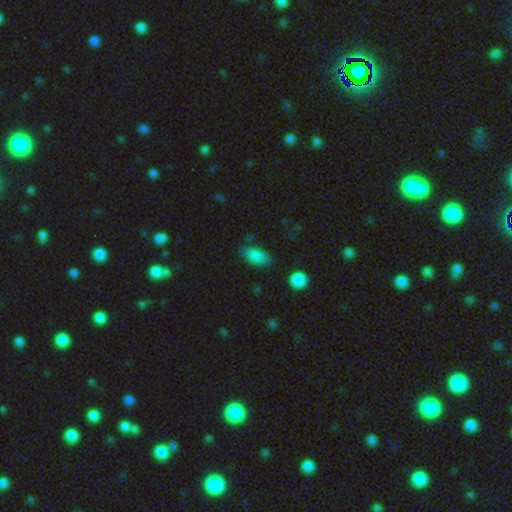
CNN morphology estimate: smooth_or_featured: smooth (p=0.86) [alt: star or artifact p=0.08]
how_rounded: in between (p=0.91) [alt: round p=0.05]
merging: none (p=0.76) [alt: minor disturbance p=0.17]